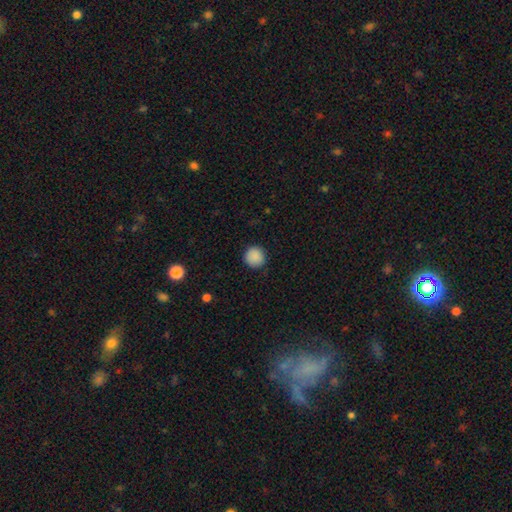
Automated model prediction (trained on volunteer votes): Smooth or featured?
  - smooth: 89% *
  - star or artifact: 8%
  - featured or disk: 3%
How rounded?
  - round: 94% *
  - in between: 5%
  - cigar-shaped: 1%
Merging?
  - none: 89% *
  - minor disturbance: 7%
  - major disturbance: 2%
  - merger: 1%